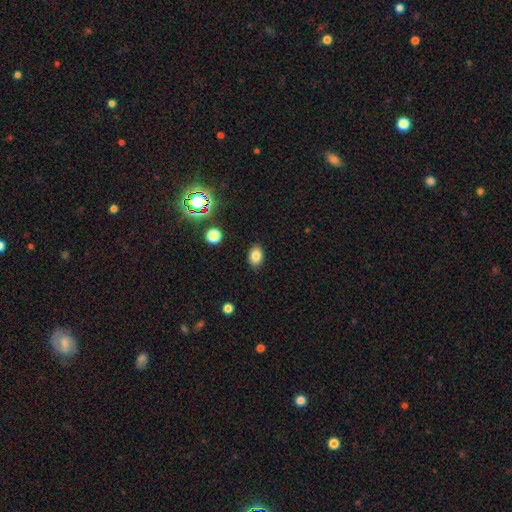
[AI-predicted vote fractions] A smooth galaxy with no disk features (83%) that is in between round and cigar-shaped (79%).

Vote fractions:
- Smooth or featured? smooth: 83% / star or artifact: 12% / featured or disk: 6%
- How rounded? in between: 79% / round: 20% / cigar-shaped: 1%
- Merging? none: 87% / minor disturbance: 9% / major disturbance: 2% / merger: 1%